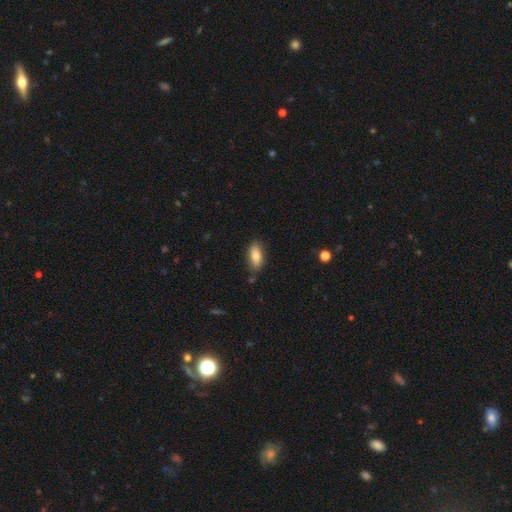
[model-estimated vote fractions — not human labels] smooth 81%, featured or disk 12%, star or artifact 7%. Down the decision tree: how rounded — in between (84%); merging — none (82%).